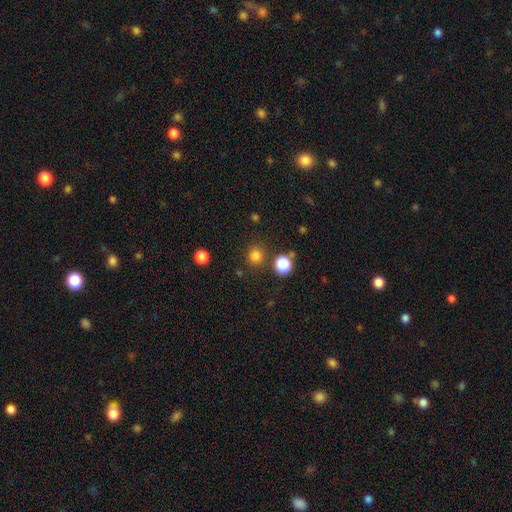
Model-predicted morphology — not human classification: Smooth or featured? Predicted: smooth (p=0.81). How rounded? Predicted: round (p=0.87). Merging? Predicted: none (p=0.81).